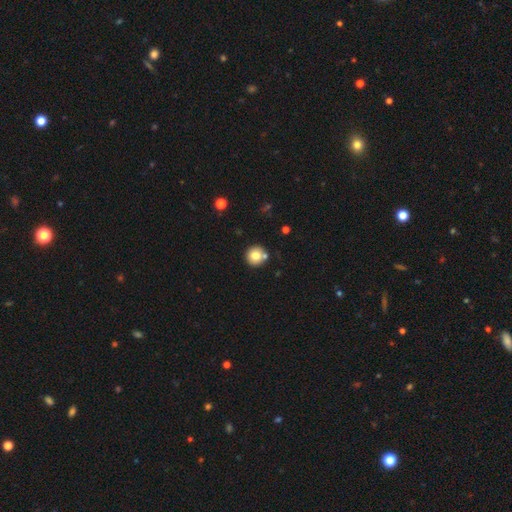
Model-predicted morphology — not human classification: Q: Smooth or featured?
A: smooth (79%); runner-up: featured or disk (11%)
Q: How rounded?
A: round (94%); runner-up: in between (5%)
Q: Merging?
A: none (76%); runner-up: merger (13%)